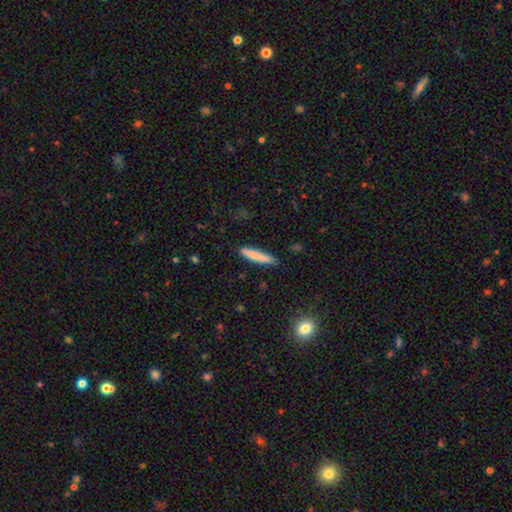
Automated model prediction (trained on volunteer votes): Overall: smooth (81%). How rounded: cigar-shaped (91%). Merging: none (84%).